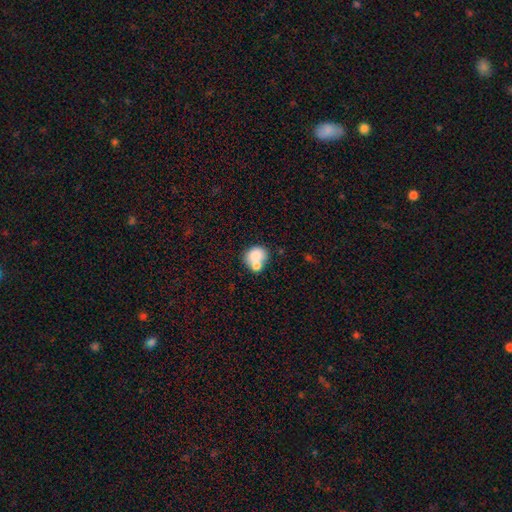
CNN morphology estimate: type=smooth (78%); roundness=round (70%); merging=merger (43%).